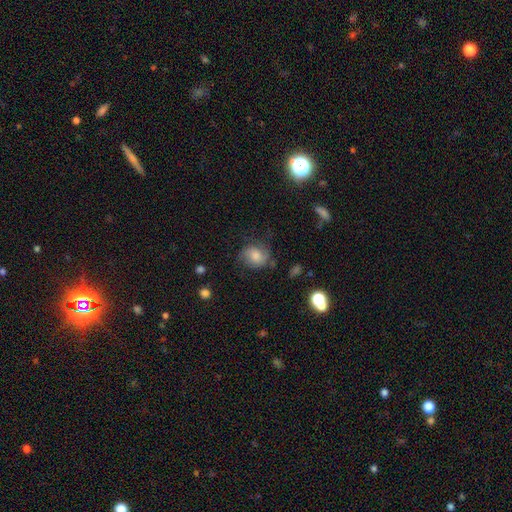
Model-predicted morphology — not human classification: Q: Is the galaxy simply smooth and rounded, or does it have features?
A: smooth — 57%.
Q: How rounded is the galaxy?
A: round — 59%.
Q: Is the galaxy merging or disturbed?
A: none — 60%.